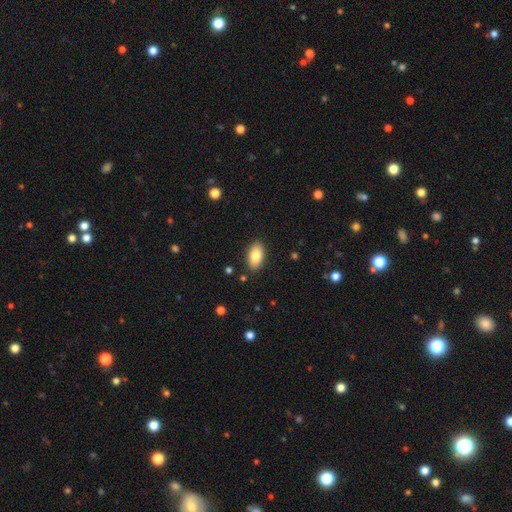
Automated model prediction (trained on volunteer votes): Smooth or featured? smooth (81%)
How rounded? in between (93%)
Merging? none (88%)